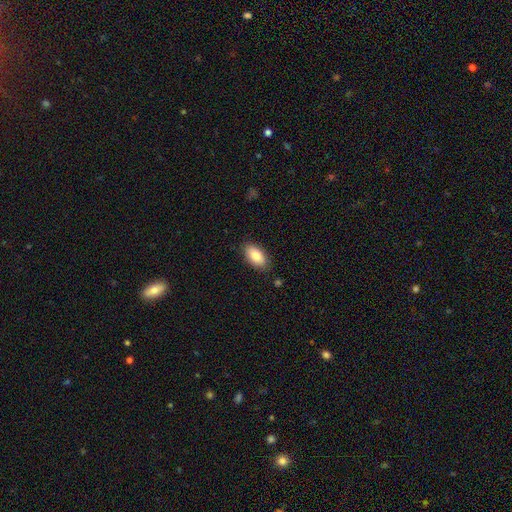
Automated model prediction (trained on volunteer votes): smooth_or_featured: smooth (p=0.85) [alt: featured or disk p=0.09]
how_rounded: in between (p=0.93) [alt: cigar-shaped p=0.04]
merging: none (p=0.86) [alt: minor disturbance p=0.11]